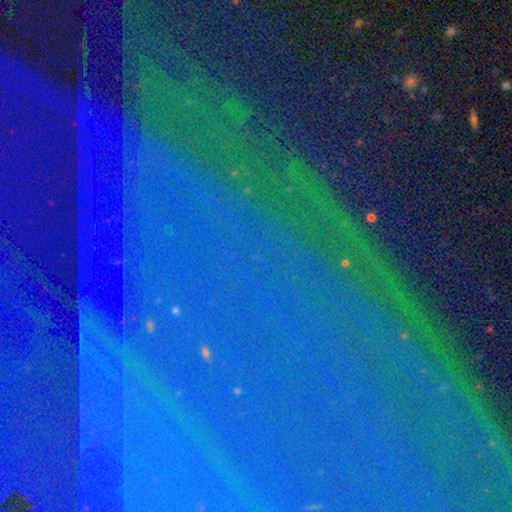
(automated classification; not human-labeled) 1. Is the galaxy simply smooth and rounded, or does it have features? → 86% star or artifact, 7% featured or disk, 7% smooth.